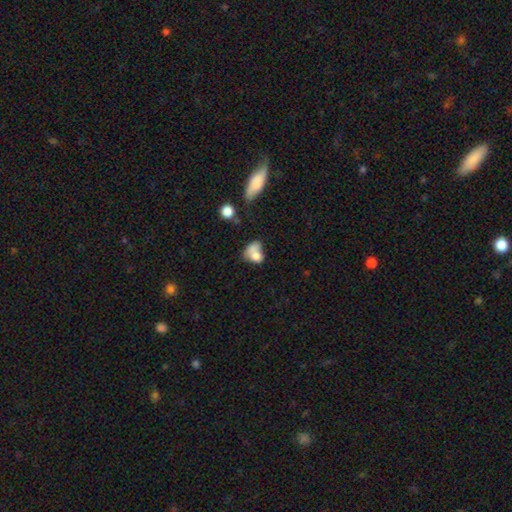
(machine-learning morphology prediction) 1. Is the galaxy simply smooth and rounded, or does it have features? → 72% smooth, 17% featured or disk, 11% star or artifact.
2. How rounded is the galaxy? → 62% in between, 36% round, 2% cigar-shaped.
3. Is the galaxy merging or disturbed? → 39% merger, 23% none, 19% major disturbance, 18% minor disturbance.